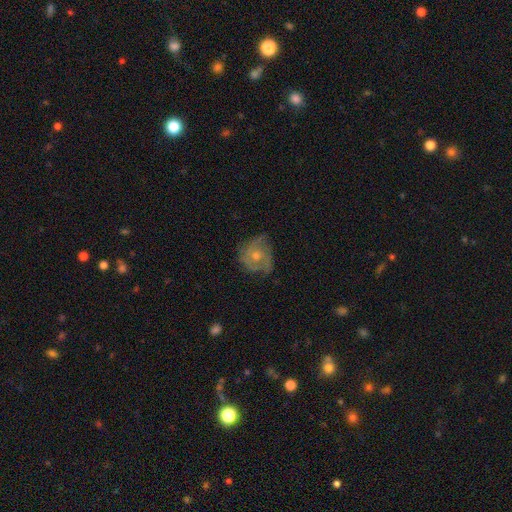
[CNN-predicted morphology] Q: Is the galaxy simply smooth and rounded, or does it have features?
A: featured or disk — 63%.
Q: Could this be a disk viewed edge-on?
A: no — 97%.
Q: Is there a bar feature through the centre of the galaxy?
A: no — 81%.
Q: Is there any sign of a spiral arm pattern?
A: yes — 79%.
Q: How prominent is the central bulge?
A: moderate — 48%.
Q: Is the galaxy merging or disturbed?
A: none — 57%.